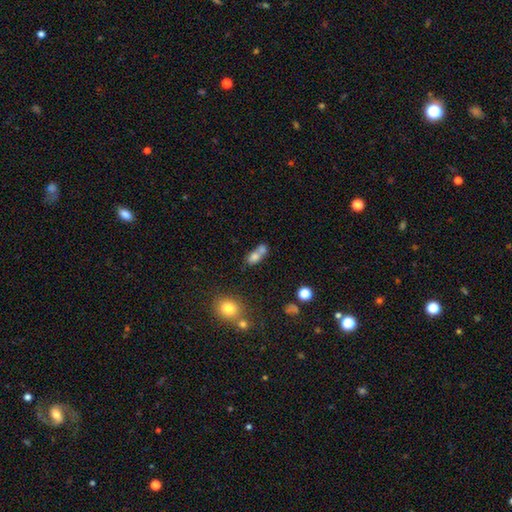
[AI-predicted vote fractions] A smooth galaxy with no disk features (73%) that is in between round and cigar-shaped (68%).

Vote fractions:
- Smooth or featured? smooth: 73% / featured or disk: 15% / star or artifact: 12%
- How rounded? in between: 68% / round: 26% / cigar-shaped: 5%
- Merging? merger: 61% / none: 25% / minor disturbance: 9% / major disturbance: 5%